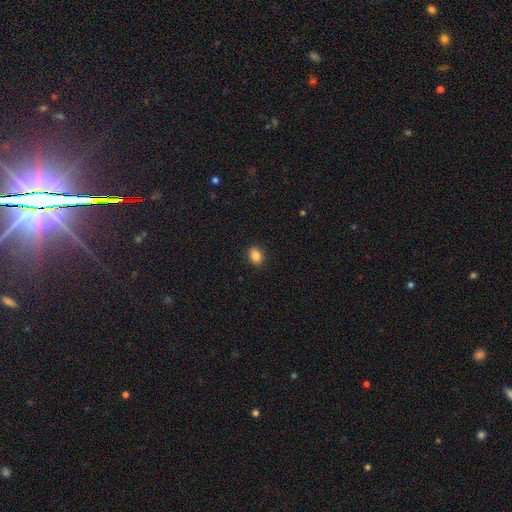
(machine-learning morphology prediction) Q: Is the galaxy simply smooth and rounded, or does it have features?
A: smooth — 86%.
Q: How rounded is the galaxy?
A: in between — 61%.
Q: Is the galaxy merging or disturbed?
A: none — 90%.